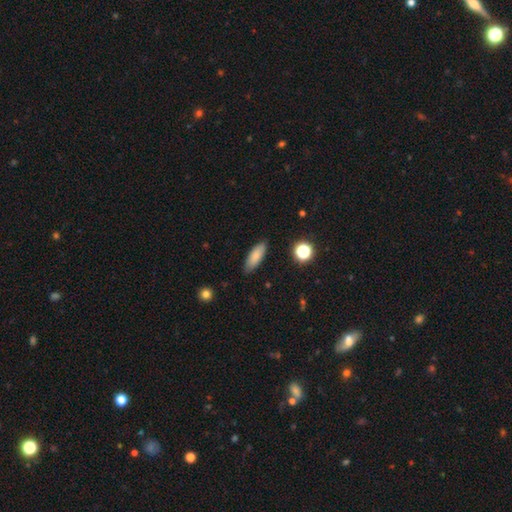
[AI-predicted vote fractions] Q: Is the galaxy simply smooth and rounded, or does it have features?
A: smooth — 82%.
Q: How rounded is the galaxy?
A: in between — 62%.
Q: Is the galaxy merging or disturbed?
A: none — 86%.